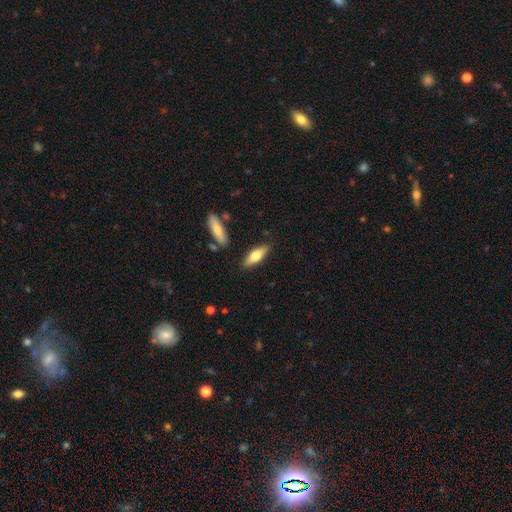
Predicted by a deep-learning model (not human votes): smooth_or_featured: smooth (p=0.64) [alt: featured or disk p=0.30]
how_rounded: in between (p=0.57) [alt: cigar-shaped p=0.40]
merging: none (p=0.84) [alt: minor disturbance p=0.11]